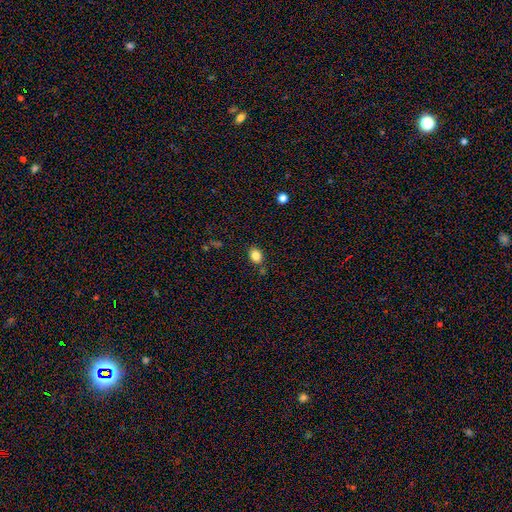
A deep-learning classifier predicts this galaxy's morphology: Smooth or featured? Predicted: smooth (p=0.84). How rounded? Predicted: in between (p=0.60). Merging? Predicted: none (p=0.79).